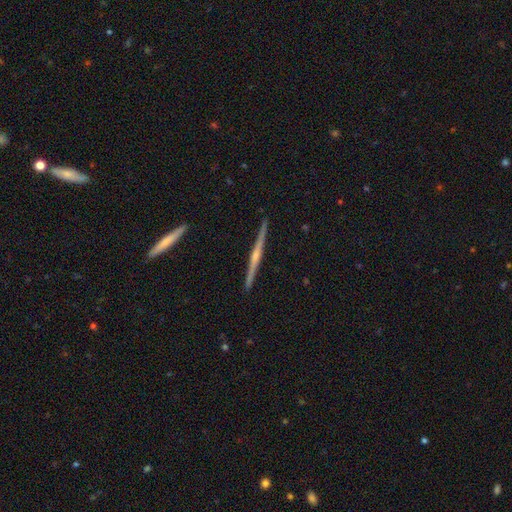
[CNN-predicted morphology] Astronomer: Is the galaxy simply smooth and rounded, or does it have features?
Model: featured or disk — 79%.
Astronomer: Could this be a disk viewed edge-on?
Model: yes — 99%.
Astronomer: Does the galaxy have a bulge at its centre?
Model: rounded — 69%.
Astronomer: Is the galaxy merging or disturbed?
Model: none — 92%.